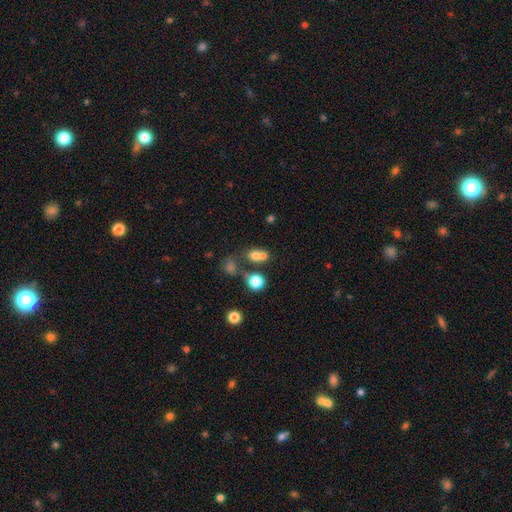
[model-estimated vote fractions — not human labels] Smooth or featured? smooth (70%)
How rounded? round (58%)
Merging? merger (45%)